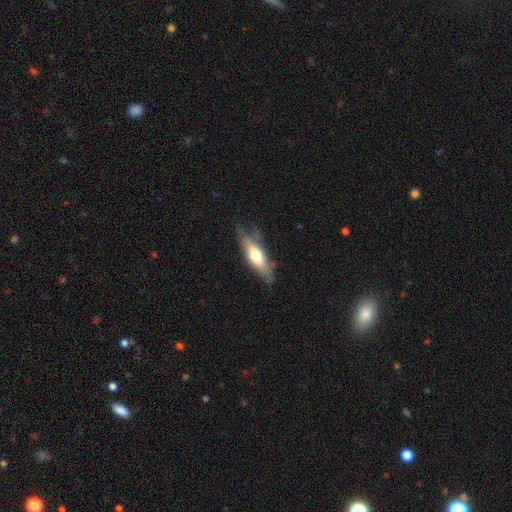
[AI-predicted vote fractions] Q: Smooth or featured?
A: smooth (47%); tied with: featured or disk (47%)
Q: Merging?
A: none (66%); runner-up: minor disturbance (24%)